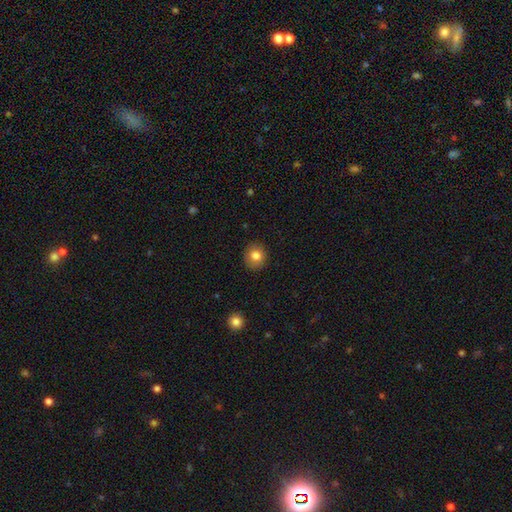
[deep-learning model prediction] Smooth or featured: smooth — 81% (star or artifact — 10%)
How rounded: round — 82% (in between — 17%)
Merging: none — 89% (minor disturbance — 8%)